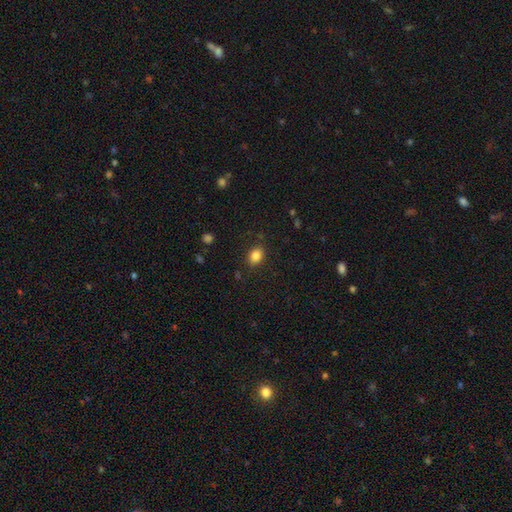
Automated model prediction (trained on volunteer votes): This is clearly a smooth galaxy (85%). How rounded: likely in between (63%). Merging: clearly none (86%).